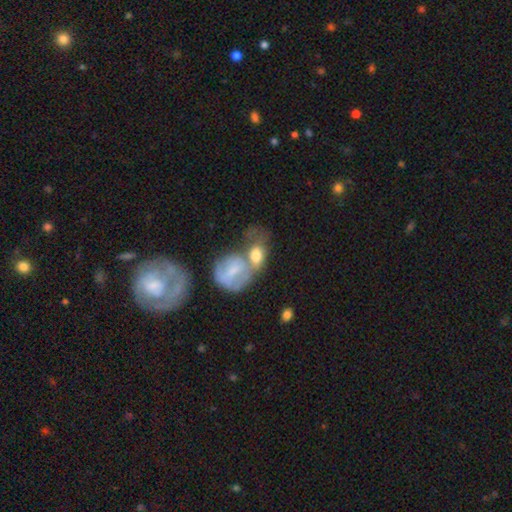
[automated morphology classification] Smooth or featured? smooth (60%)
How rounded? in between (60%)
Merging? merger (58%)